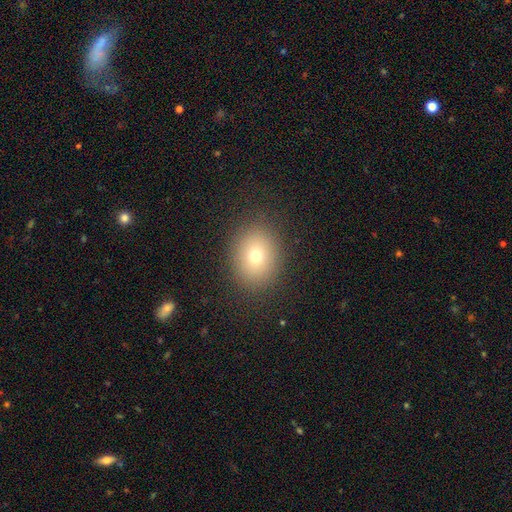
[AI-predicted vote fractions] Smooth or featured? smooth (73%)
How rounded? round (55%)
Merging? none (88%)